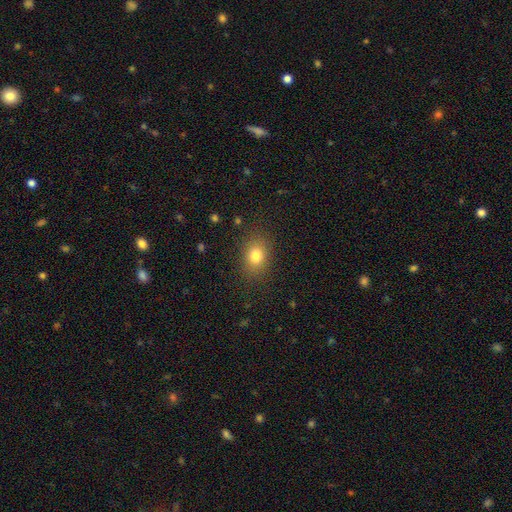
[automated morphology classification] smooth 80%, star or artifact 12%, featured or disk 8%. Down the decision tree: how rounded — in between (57%); merging — none (85%).